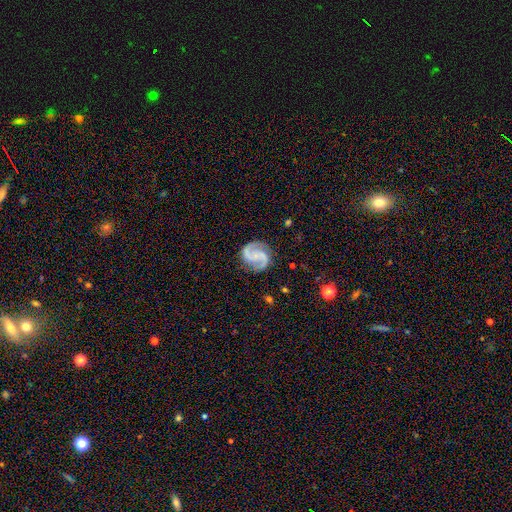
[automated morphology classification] This appears to be a featured or disk galaxy (90%) with no bar (53%), 2 (93%) medium (56%) spiral arms (98%) and no central bulge (45%). Merging: none (83%).